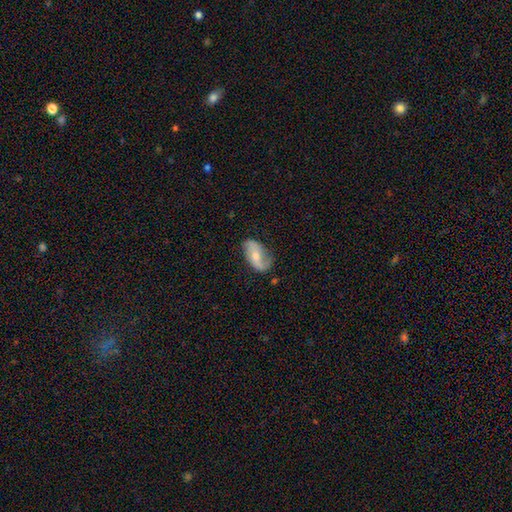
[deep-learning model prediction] A featured or disk galaxy (64%) with no bar (48%), 2 (83%) loose (66%) spiral arms (88%) and a moderate central bulge (54%).

Vote fractions:
- Smooth or featured? featured or disk: 64% / smooth: 30% / star or artifact: 6%
- Edge-on disk? no: 95% / yes: 5%
- Bar? no: 48% / weak: 37% / strong: 16%
- Spiral arms? yes: 88% / no: 12%
- Spiral winding? loose: 66% / medium: 25% / tight: 9%
- Spiral arm count? 2: 83% / 1: 9% / can't tell: 6% / 3: 1% / 4: 1% / more than 4: 1%
- Bulge size? moderate: 54% / small: 39% / large: 3% / none: 3% / dominant: 1%
- Merging? none: 68% / minor disturbance: 23% / major disturbance: 8% / merger: 2%